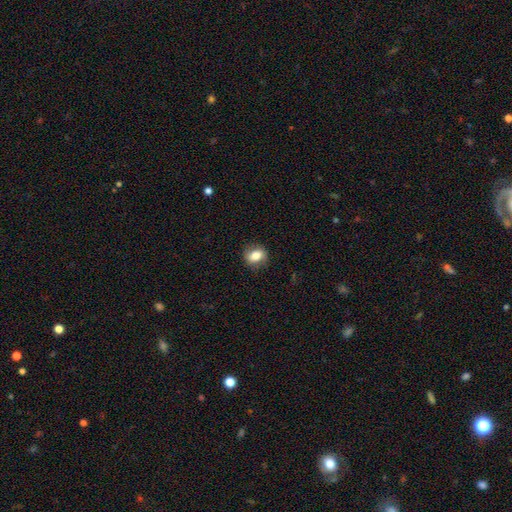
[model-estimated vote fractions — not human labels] Smooth or featured?
  - smooth: 76% *
  - featured or disk: 16%
  - star or artifact: 9%
How rounded?
  - in between: 51% *
  - round: 47%
  - cigar-shaped: 2%
Merging?
  - none: 84% *
  - minor disturbance: 12%
  - major disturbance: 3%
  - merger: 1%